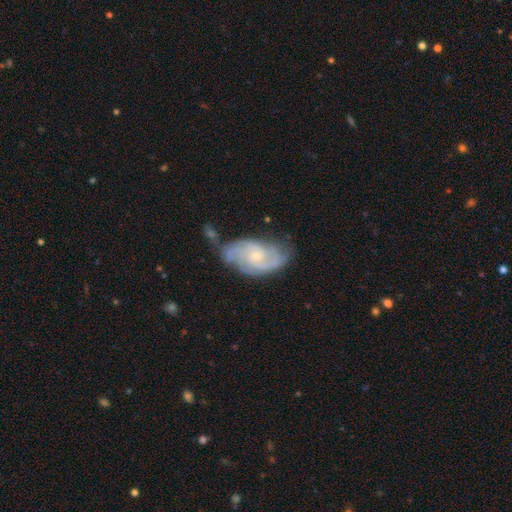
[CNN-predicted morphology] type=featured or disk (81%); edge-on=no (96%); bar=no (64%); spiral arms=yes (94%); winding=tight (46%); arm count=2 (49%); bulge=small (70%); merging=none (57%).